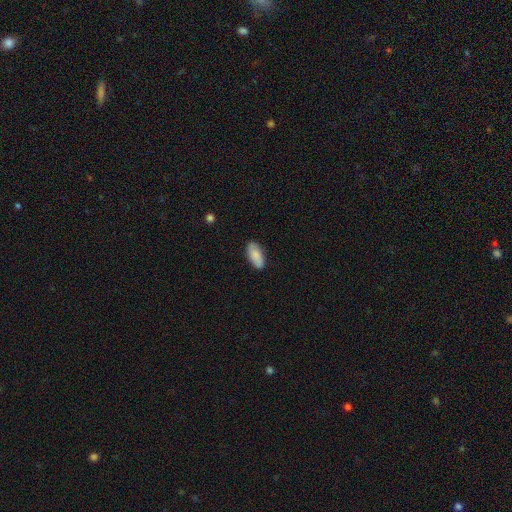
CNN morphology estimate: Smooth or featured: smooth — 88% (featured or disk — 7%)
How rounded: in between — 85% (cigar-shaped — 13%)
Merging: none — 86% (minor disturbance — 11%)